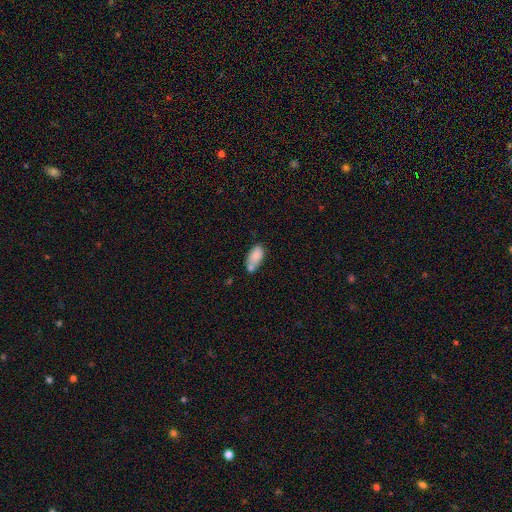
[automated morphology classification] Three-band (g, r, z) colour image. It shows a smooth galaxy with no disk features (81%) that is in between round and cigar-shaped (91%). Merging: none (46%).